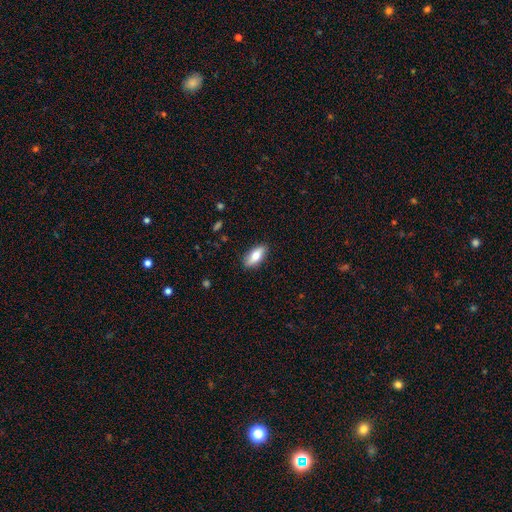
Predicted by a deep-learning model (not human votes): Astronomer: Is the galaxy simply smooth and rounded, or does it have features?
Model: smooth — 75%.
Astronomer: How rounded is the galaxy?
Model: in between — 83%.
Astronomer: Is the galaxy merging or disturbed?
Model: none — 87%.